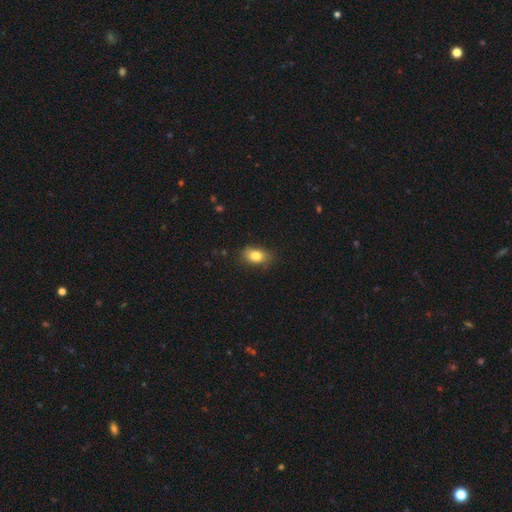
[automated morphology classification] Overall: smooth (82%). How rounded: in between (81%). Merging: none (75%).